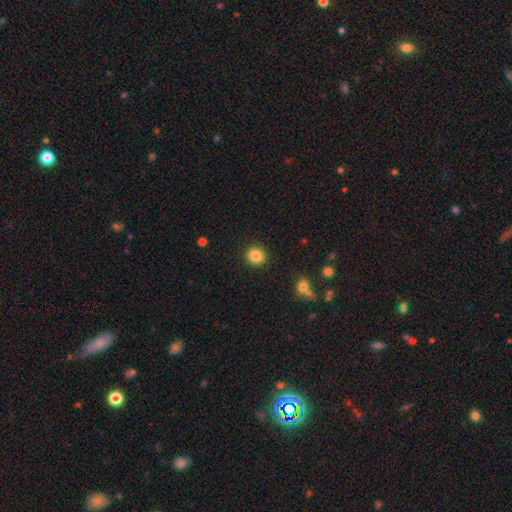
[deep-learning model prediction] smooth 86%, star or artifact 9%, featured or disk 5%. Down the decision tree: how rounded — round (83%); merging — none (90%).